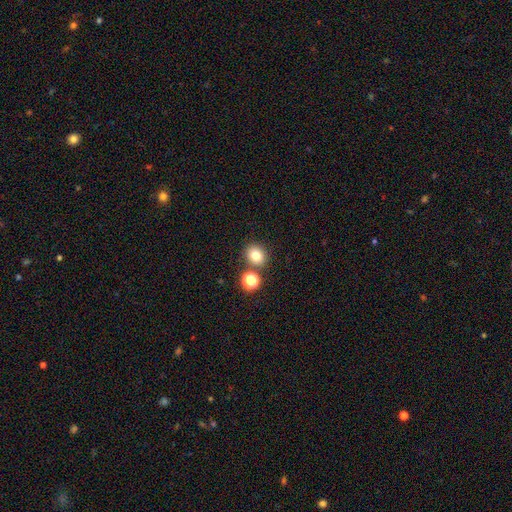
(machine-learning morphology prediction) Smooth or featured?
  - smooth: 78% *
  - star or artifact: 14%
  - featured or disk: 8%
How rounded?
  - round: 72% *
  - in between: 27%
  - cigar-shaped: 1%
Merging?
  - none: 77% *
  - merger: 13%
  - minor disturbance: 8%
  - major disturbance: 3%